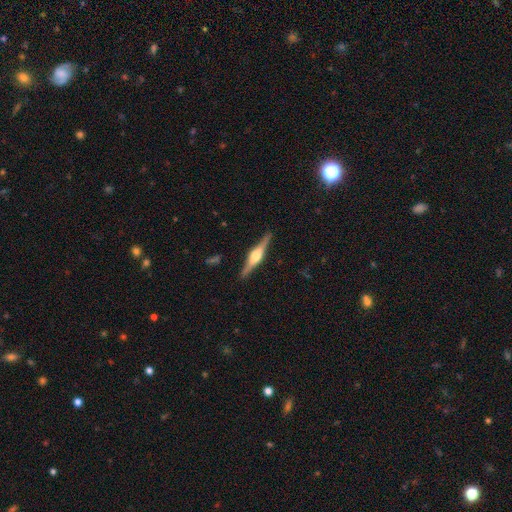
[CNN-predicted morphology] This is likely a featured or disk galaxy (79%). It is clearly viewed edge-on (98%). Edge-on bulge: clearly rounded (90%). Merging: clearly none (91%).